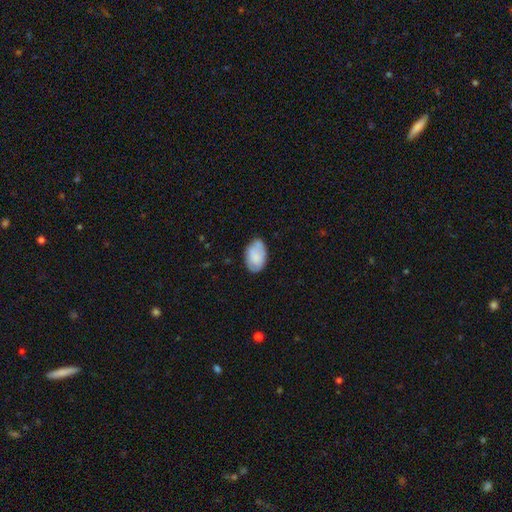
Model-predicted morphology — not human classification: smooth_or_featured: smooth (p=0.77) [alt: featured or disk p=0.16]
how_rounded: in between (p=0.91) [alt: round p=0.08]
merging: none (p=0.71) [alt: minor disturbance p=0.23]